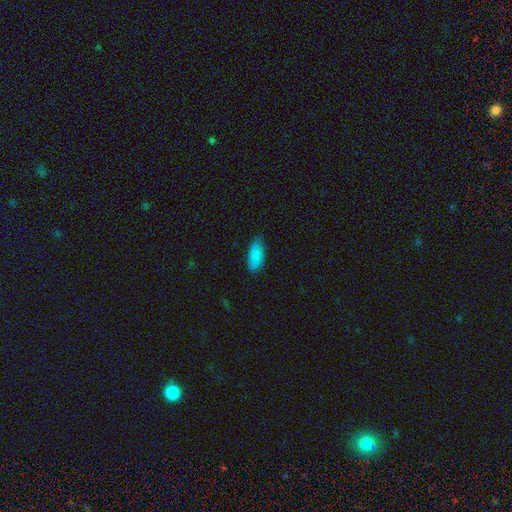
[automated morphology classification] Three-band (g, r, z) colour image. It shows a smooth galaxy with no disk features (88%) that is in between round and cigar-shaped (85%). Merging: none (79%).